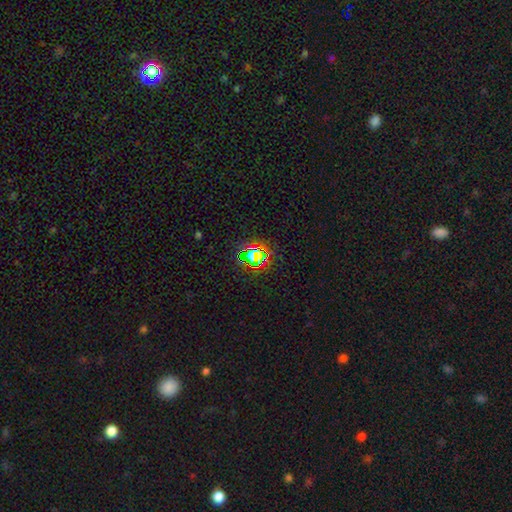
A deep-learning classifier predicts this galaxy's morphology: type=star or artifact (72%).